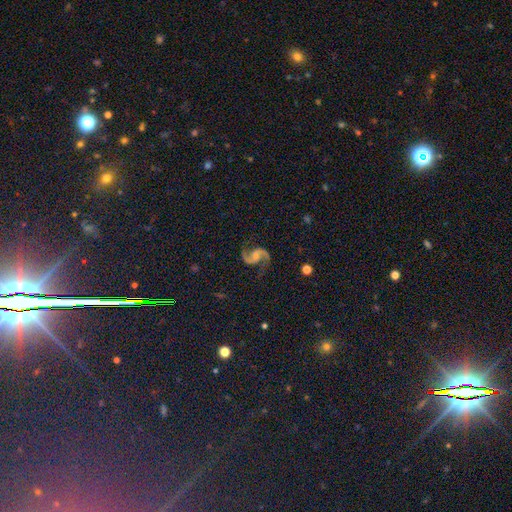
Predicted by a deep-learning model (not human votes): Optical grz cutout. It shows a featured or disk galaxy (92%) with no bar (50%), 2 (95%) loose (49%) spiral arms (98%) and a small central bulge (51%). Merging: none (82%).